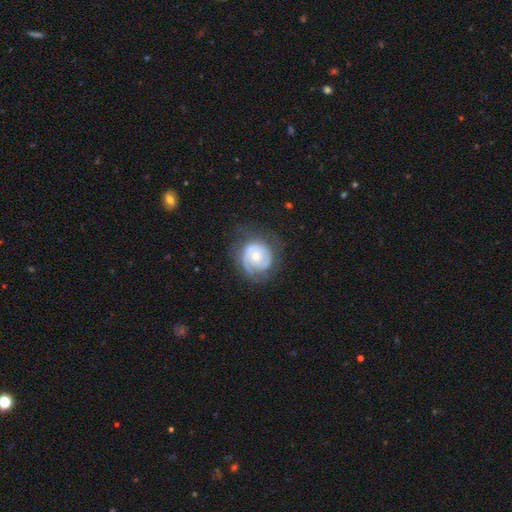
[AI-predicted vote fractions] Smooth or featured?
  - featured or disk: 73% *
  - smooth: 21%
  - star or artifact: 6%
Edge-on disk?
  - no: 98% *
  - yes: 2%
Bar?
  - no: 78% *
  - weak: 19%
  - strong: 4%
Spiral arms?
  - yes: 84% *
  - no: 16%
Spiral winding?
  - tight: 61% *
  - medium: 28%
  - loose: 11%
Spiral arm count?
  - 2: 35% *
  - can't tell: 30%
  - 1: 18%
  - 3: 11%
  - 4: 3%
  - more than 4: 3%
Bulge size?
  - moderate: 49% *
  - small: 47%
  - large: 3%
  - none: 1%
  - dominant: 1%
Merging?
  - none: 61% *
  - minor disturbance: 22%
  - major disturbance: 15%
  - merger: 2%